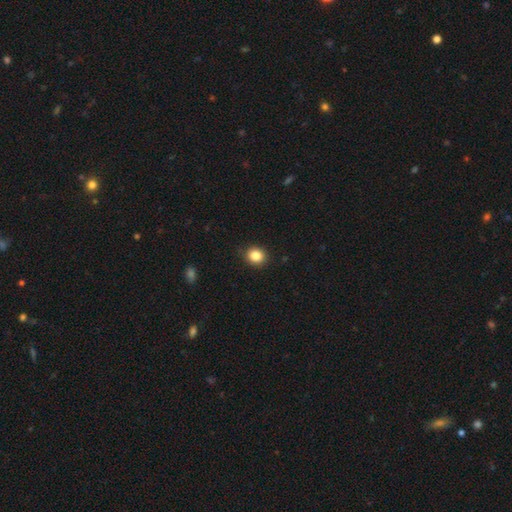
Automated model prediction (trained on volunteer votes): Smooth or featured? smooth (85%)
How rounded? round (74%)
Merging? none (88%)